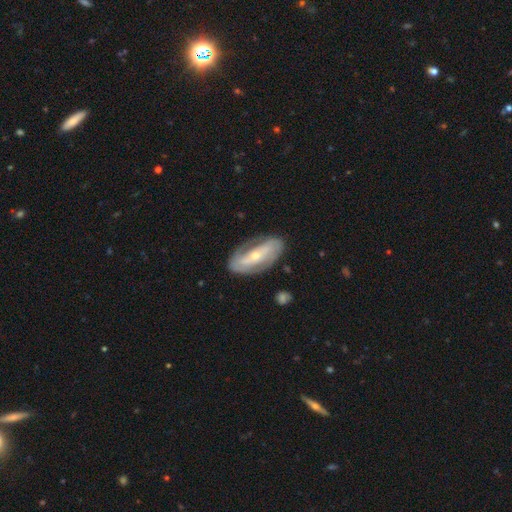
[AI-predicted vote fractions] A featured or disk galaxy (77%) with a strong bar (44%), 2 (68%) tight (50%) spiral arms (77%) and a small central bulge (60%). Merging: none (78%).